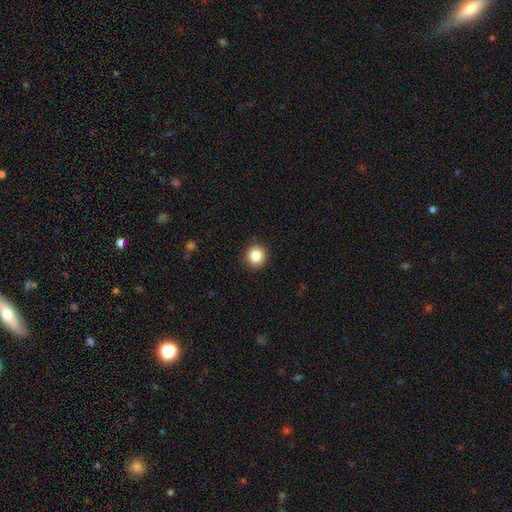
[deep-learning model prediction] The model was most divided on "smooth or featured": smooth: 85%, star or artifact: 10%, featured or disk: 5%. More confident: how rounded — round (93%); merging — none (91%).